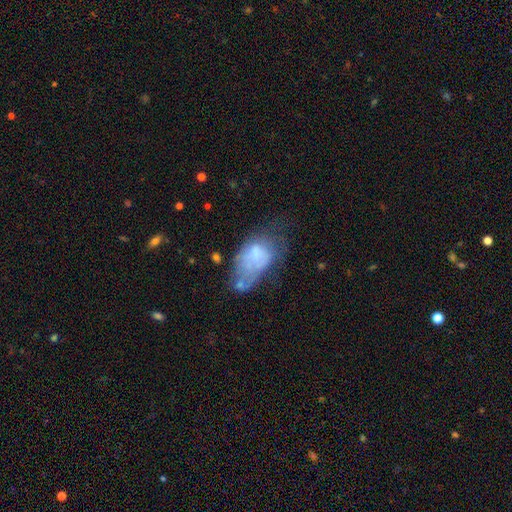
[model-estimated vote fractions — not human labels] Overall: smooth (55%; featured or disk 34%). How rounded: in between (90%). Merging: major disturbance (35%; minor disturbance 28%).